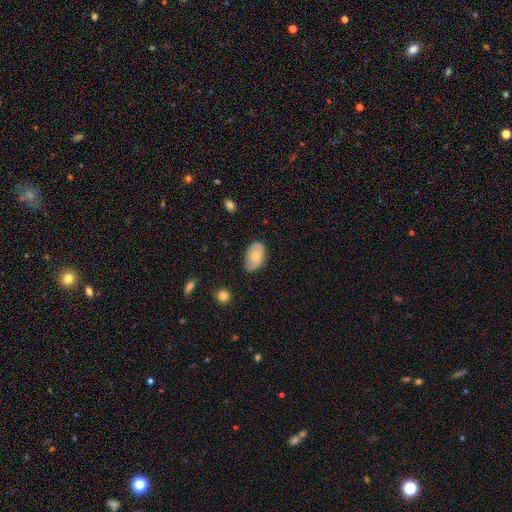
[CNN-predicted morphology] A smooth galaxy with no disk features (66%) that is in between round and cigar-shaped (91%).

Vote fractions:
- Smooth or featured? smooth: 66% / featured or disk: 27% / star or artifact: 7%
- How rounded? in between: 91% / round: 8% / cigar-shaped: 1%
- Merging? none: 69% / minor disturbance: 25% / major disturbance: 4% / merger: 1%